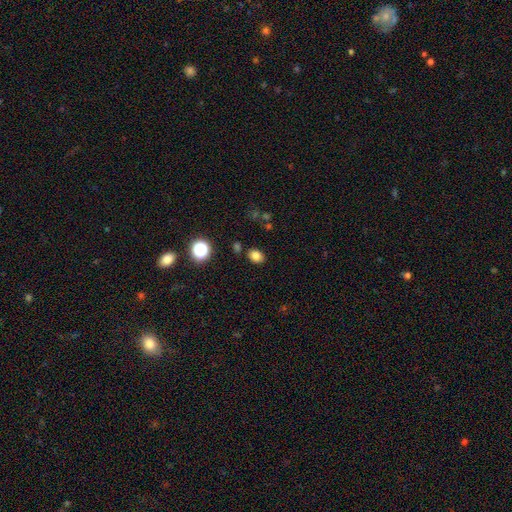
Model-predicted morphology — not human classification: smooth-or-featured: smooth: 80% | star or artifact: 14% | featured or disk: 6%
  how-rounded: in between: 60% | round: 39% | cigar-shaped: 1%
  merging: none: 82% | minor disturbance: 10% | merger: 4% | major disturbance: 3%